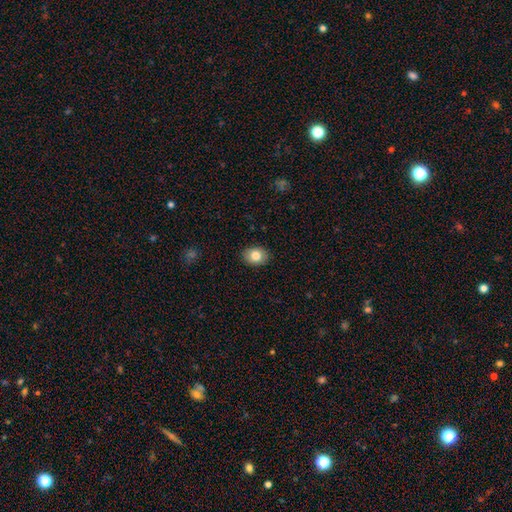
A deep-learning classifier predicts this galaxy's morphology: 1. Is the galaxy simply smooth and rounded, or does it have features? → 82% smooth, 9% featured or disk, 8% star or artifact.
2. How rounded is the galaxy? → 58% in between, 41% round, 1% cigar-shaped.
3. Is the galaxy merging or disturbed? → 89% none, 8% minor disturbance, 2% major disturbance, 1% merger.